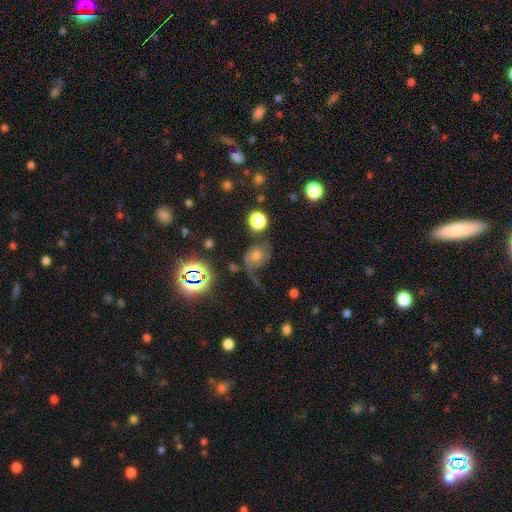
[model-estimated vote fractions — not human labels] smooth_or_featured: featured or disk (p=0.49) [alt: smooth p=0.27]
merging: none (p=0.49) [alt: major disturbance p=0.23]